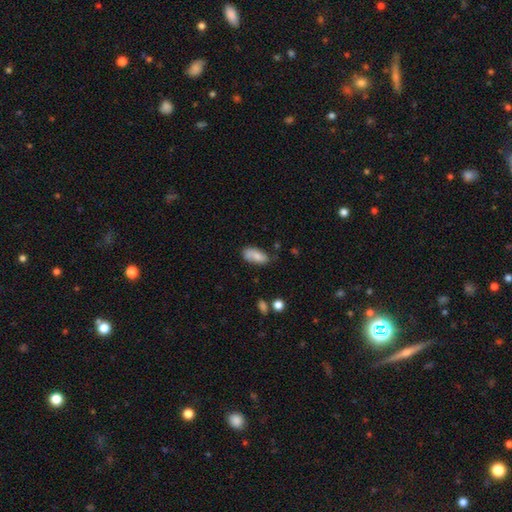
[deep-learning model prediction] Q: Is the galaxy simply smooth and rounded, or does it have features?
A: smooth — 68%.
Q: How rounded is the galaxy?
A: in between — 89%.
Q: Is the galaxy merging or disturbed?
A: none — 58%.